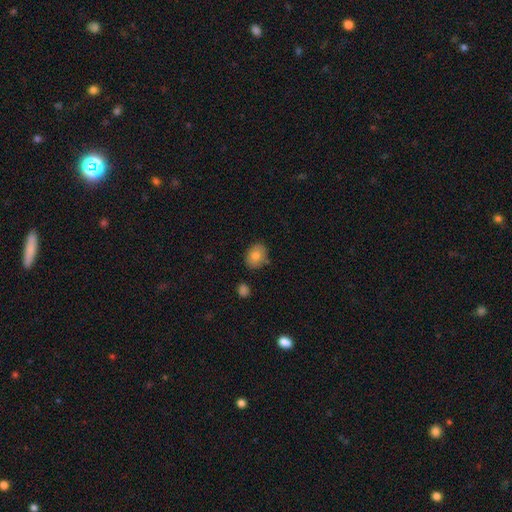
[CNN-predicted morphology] smooth 81%, featured or disk 10%, star or artifact 8%. Down the decision tree: how rounded — in between (56%); merging — none (77%).